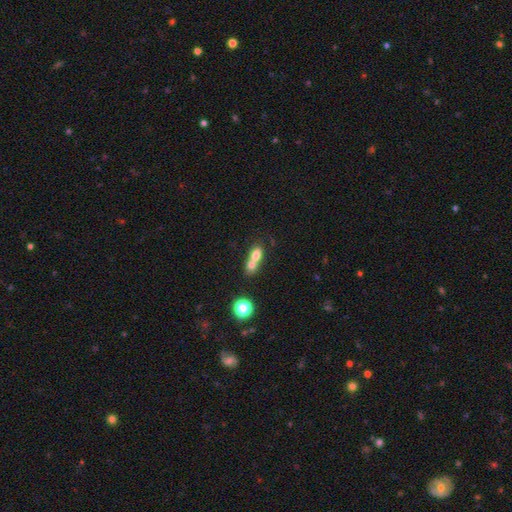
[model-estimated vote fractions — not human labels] Smooth or featured? smooth (72%)
How rounded? in between (63%)
Merging? merger (67%)